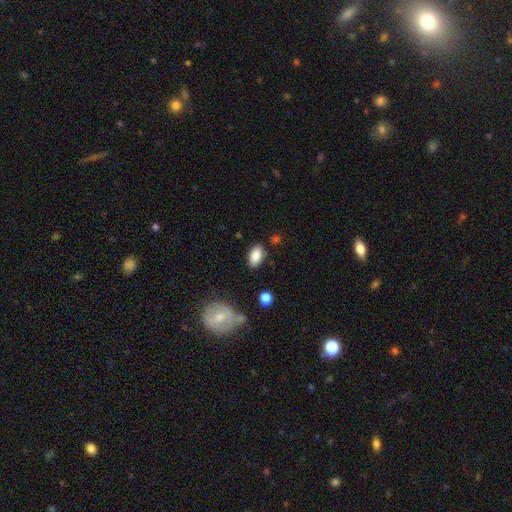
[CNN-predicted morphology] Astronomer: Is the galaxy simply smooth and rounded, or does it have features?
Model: smooth — 87%.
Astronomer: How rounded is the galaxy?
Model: in between — 92%.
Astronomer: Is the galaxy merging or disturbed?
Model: none — 82%.